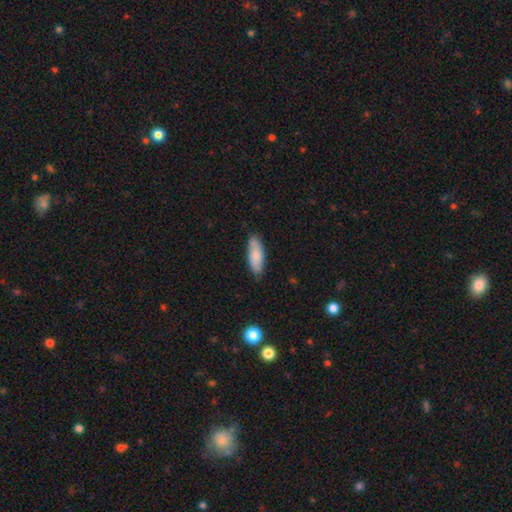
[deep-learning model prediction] The model was most divided on "how rounded": in between: 67%, cigar-shaped: 32%, round: 2%. More confident: merging — none (82%); smooth or featured — smooth (80%).